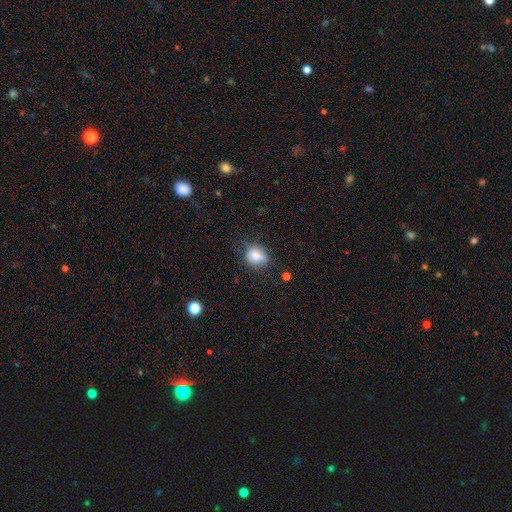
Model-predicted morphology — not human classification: The model was most divided on "how rounded": round: 59%, in between: 40%, cigar-shaped: 1%. More confident: smooth or featured — smooth (80%); merging — none (60%).